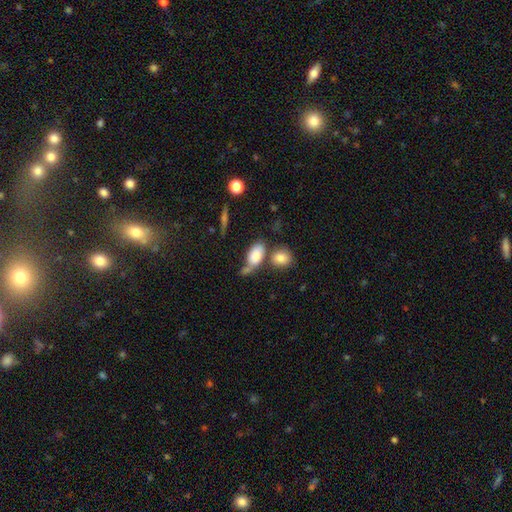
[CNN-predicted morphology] This is likely a smooth galaxy (79%). How rounded: clearly in between (88%). Merging: marginally none (43%).